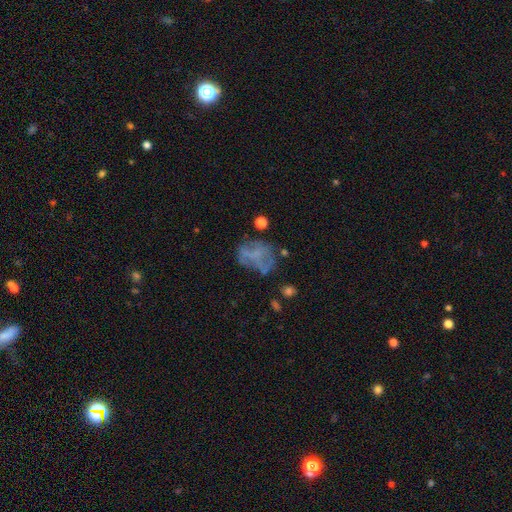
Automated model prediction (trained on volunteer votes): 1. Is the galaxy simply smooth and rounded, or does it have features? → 51% featured or disk, 32% smooth, 17% star or artifact.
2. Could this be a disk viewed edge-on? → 98% no, 2% yes.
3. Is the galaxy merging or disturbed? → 45% none, 27% major disturbance, 21% minor disturbance, 7% merger.